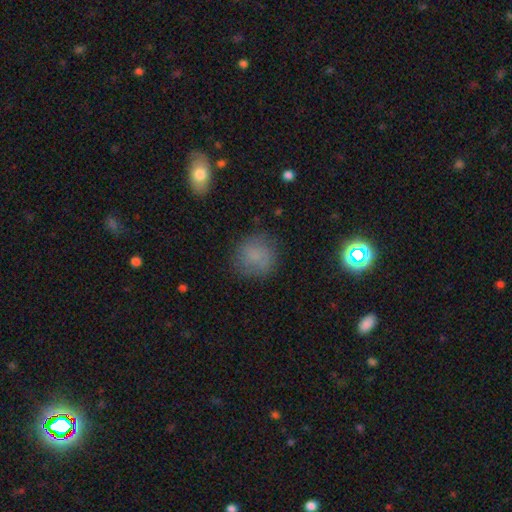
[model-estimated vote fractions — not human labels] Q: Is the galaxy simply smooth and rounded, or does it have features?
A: smooth — 74%.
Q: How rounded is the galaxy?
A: round — 87%.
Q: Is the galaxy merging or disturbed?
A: none — 77%.